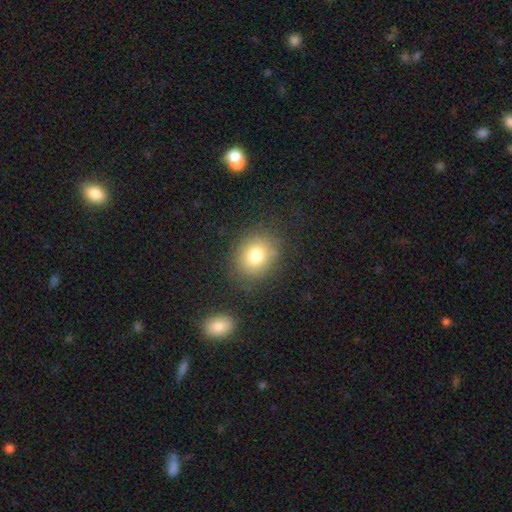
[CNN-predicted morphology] Smooth or featured? smooth (77%)
How rounded? round (69%)
Merging? none (81%)